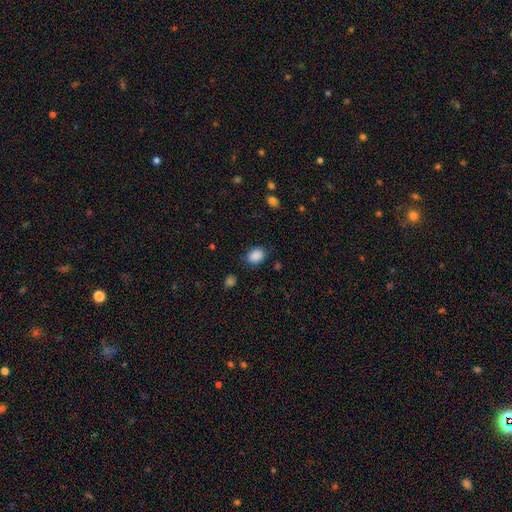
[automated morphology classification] Smooth or featured: smooth — 88% (star or artifact — 8%)
How rounded: in between — 71% (round — 28%)
Merging: none — 81% (minor disturbance — 14%)